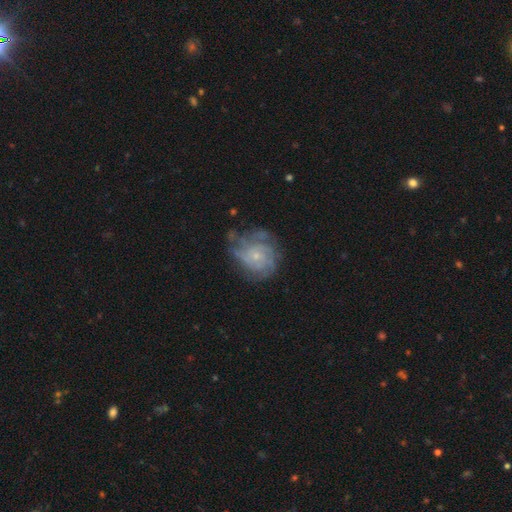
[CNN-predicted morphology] A featured or disk galaxy (75%) with no bar (81%), tight (59%) spiral arms (88%) and a small central bulge (76%). Merging: none (59%).